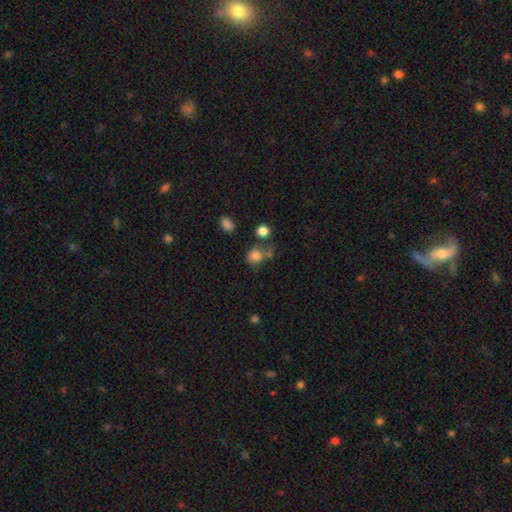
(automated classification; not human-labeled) smooth 79%, star or artifact 12%, featured or disk 9%. Down the decision tree: how rounded — round (74%); merging — none (48%).